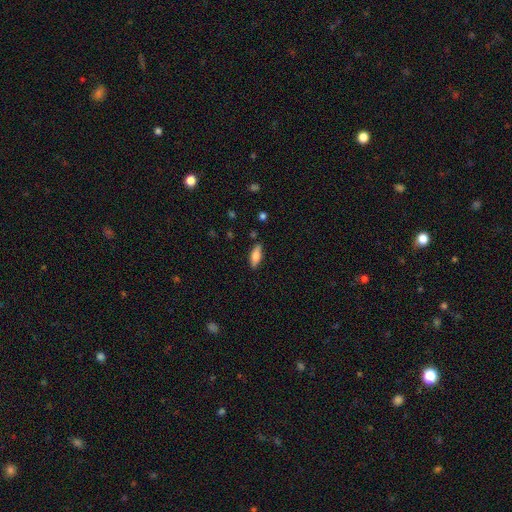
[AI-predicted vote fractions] The model was most divided on "how rounded": in between: 67%, cigar-shaped: 31%, round: 2%. More confident: merging — none (86%); smooth or featured — smooth (73%).